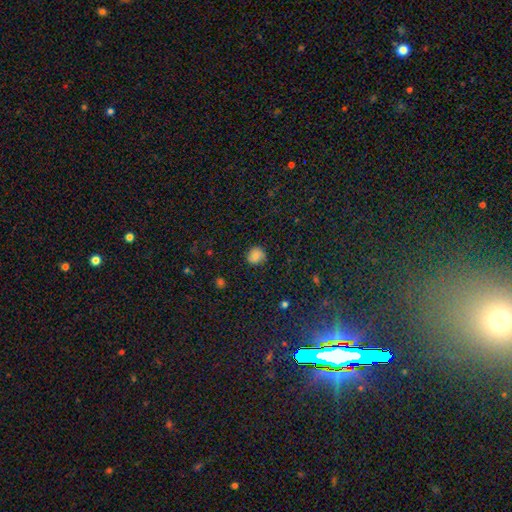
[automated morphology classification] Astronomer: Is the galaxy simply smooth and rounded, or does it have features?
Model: smooth — 74%.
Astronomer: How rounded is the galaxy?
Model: round — 85%.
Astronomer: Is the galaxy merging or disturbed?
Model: none — 80%.